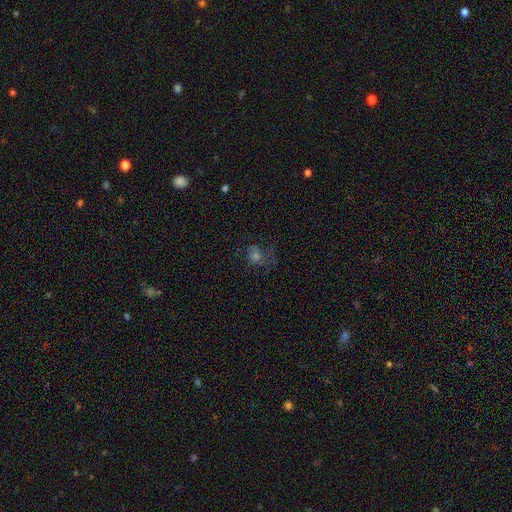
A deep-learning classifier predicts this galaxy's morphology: The model was most divided on "smooth or featured": smooth: 38%, featured or disk: 37%, star or artifact: 25%. Remaining: merging — none (49%).